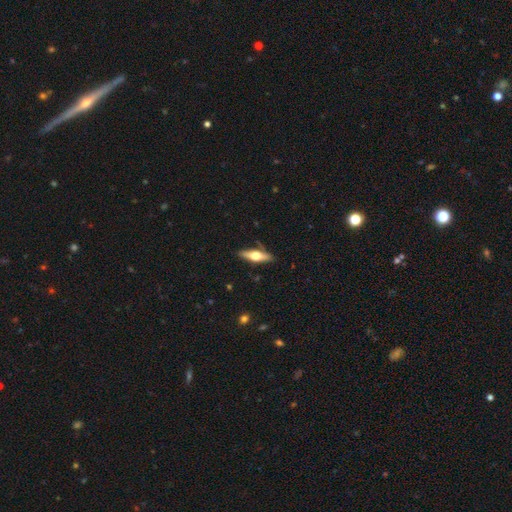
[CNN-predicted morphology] featured or disk 53%, smooth 42%, star or artifact 6%. Down the decision tree: edge-on disk — yes (92%); merging — none (82%).